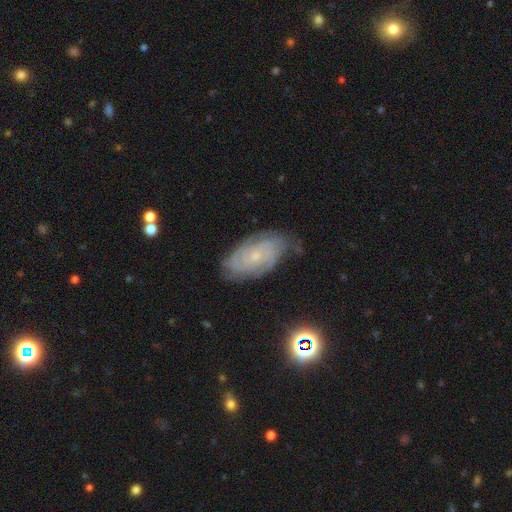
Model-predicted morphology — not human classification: Q: Smooth or featured?
A: featured or disk (74%); runner-up: smooth (17%)
Q: Edge-on disk?
A: no (94%); runner-up: yes (6%)
Q: Bar?
A: no (77%); runner-up: weak (20%)
Q: Spiral arms?
A: yes (92%); runner-up: no (8%)
Q: Spiral winding?
A: tight (73%); runner-up: medium (22%)
Q: Spiral arm count?
A: can't tell (47%); runner-up: 2 (20%)
Q: Bulge size?
A: small (82%); runner-up: moderate (13%)
Q: Merging?
A: none (71%); runner-up: minor disturbance (22%)